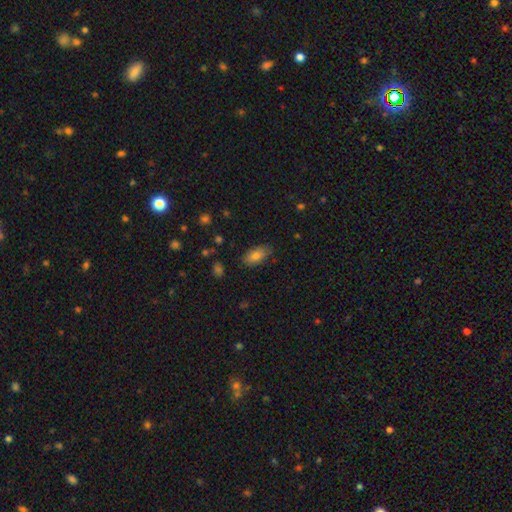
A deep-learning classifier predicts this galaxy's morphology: smooth-or-featured: smooth: 79% | featured or disk: 13% | star or artifact: 8%
  how-rounded: in between: 90% | cigar-shaped: 6% | round: 3%
  merging: none: 80% | minor disturbance: 16% | major disturbance: 3% | merger: 1%